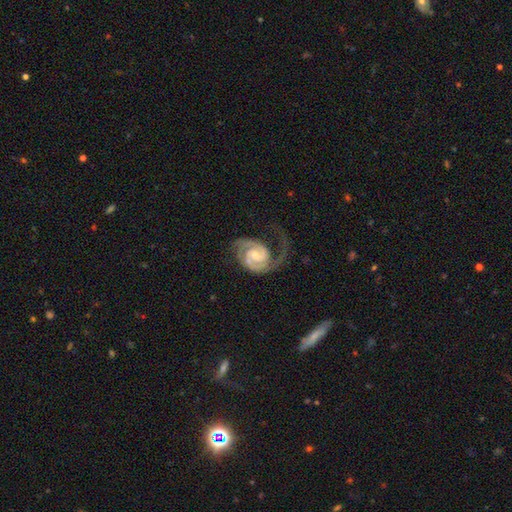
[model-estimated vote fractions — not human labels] This is clearly a featured or disk galaxy (92%). It is clearly not viewed edge-on (98%). Bar: possibly no (46%). Spiral arm pattern: clearly yes (98%). Spiral arm count: clearly 2 (85%). Spiral winding: possibly tight (50%). Central bulge: possibly moderate (47%). Merging: possibly none (55%).